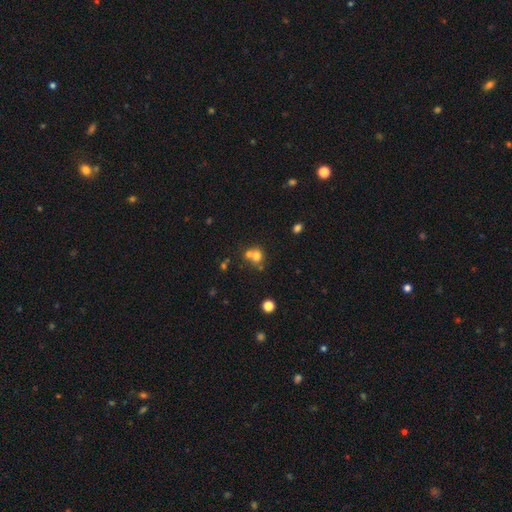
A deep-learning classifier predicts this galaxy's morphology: Smooth or featured: smooth — 69% (star or artifact — 16%)
How rounded: round — 78% (in between — 21%)
Merging: merger — 50% (none — 39%)